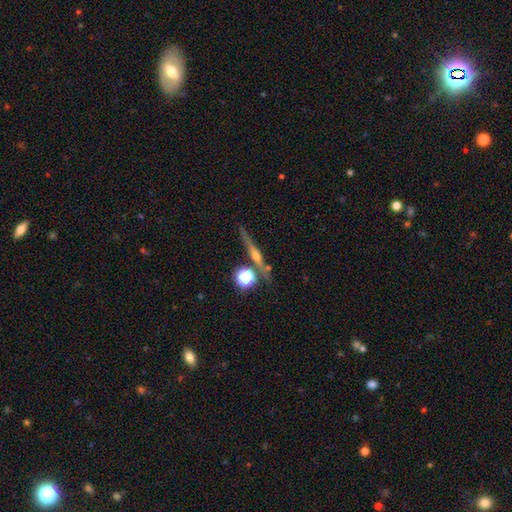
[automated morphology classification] Q: Smooth or featured?
A: featured or disk (65%); runner-up: smooth (22%)
Q: Edge-on disk?
A: yes (94%); runner-up: no (6%)
Q: Edge-on bulge?
A: rounded (83%); runner-up: none (10%)
Q: Merging?
A: none (77%); runner-up: minor disturbance (11%)